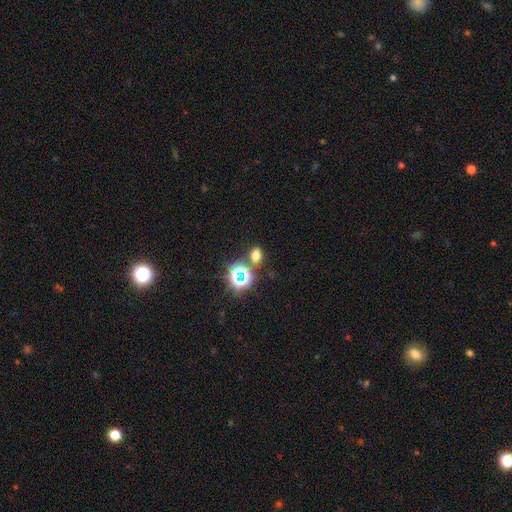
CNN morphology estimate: A smooth galaxy with no disk features (62%) that is in between round and cigar-shaped (70%). Merging: none (77%).